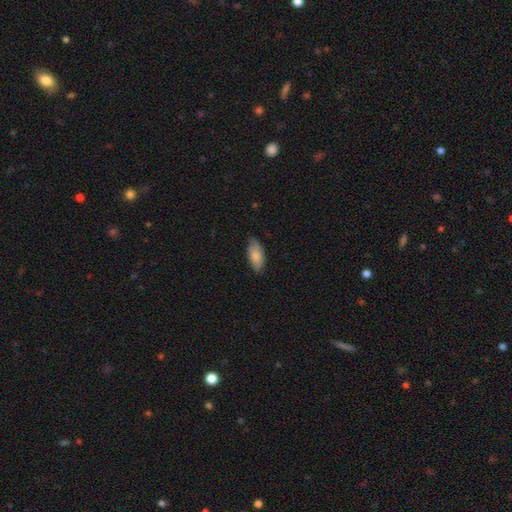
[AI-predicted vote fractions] Overall: smooth (83%). How rounded: in between (87%). Merging: none (75%).